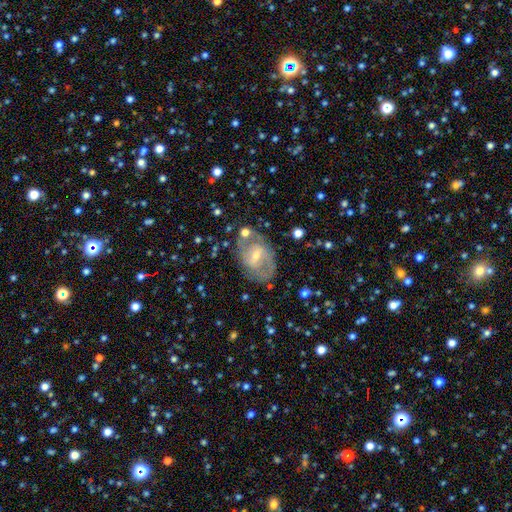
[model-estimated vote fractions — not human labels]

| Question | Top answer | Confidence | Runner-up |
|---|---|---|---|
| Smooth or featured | featured or disk | 71% | smooth (21%) |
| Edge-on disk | no | 95% | yes (5%) |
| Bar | weak | 51% | strong (28%) |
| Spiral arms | yes | 79% | no (21%) |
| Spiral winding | medium | 46% | tight (31%) |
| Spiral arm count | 2 | 70% | can't tell (19%) |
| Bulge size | small | 56% | moderate (38%) |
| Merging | none | 65% | minor disturbance (20%) |